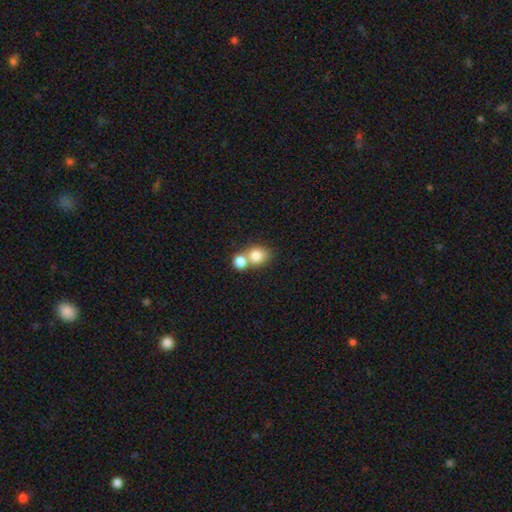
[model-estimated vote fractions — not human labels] This is clearly a smooth galaxy (80%). How rounded: likely round (65%). Merging: possibly merger (58%).